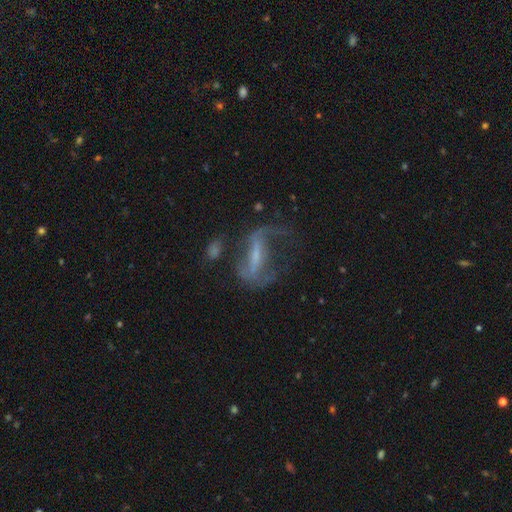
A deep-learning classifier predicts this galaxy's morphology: featured or disk 72%, smooth 16%, star or artifact 12%. Down the decision tree: edge-on disk — no (86%); bar — strong (51%); spiral arms — yes (73%); bulge size — small (50%); merging — major disturbance (38%).